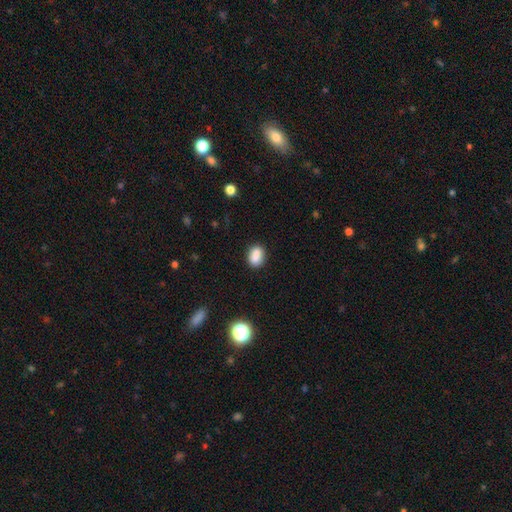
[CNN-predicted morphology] A smooth galaxy with no disk features (85%) that is in between round and cigar-shaped (75%). Merging: none (81%).